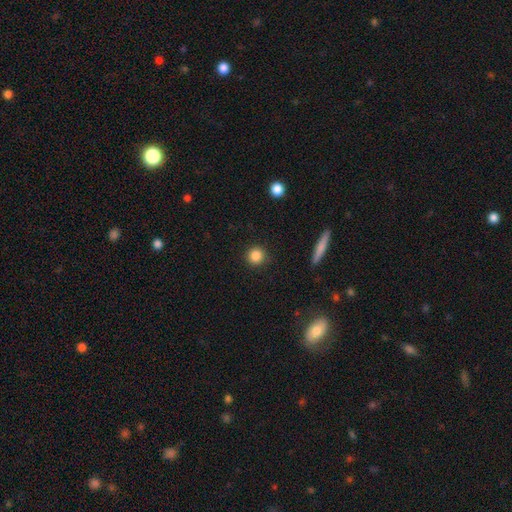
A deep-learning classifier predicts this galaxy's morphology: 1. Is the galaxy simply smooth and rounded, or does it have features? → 86% smooth, 10% star or artifact, 4% featured or disk.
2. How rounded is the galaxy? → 94% round, 5% in between, 1% cigar-shaped.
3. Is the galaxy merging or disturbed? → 90% none, 6% minor disturbance, 2% major disturbance, 1% merger.